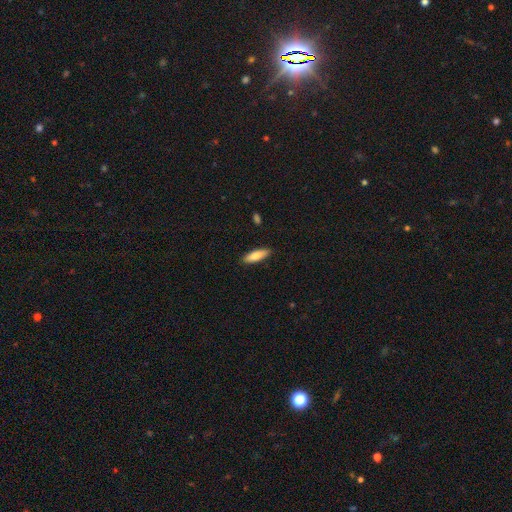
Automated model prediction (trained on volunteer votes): smooth-or-featured: smooth: 79% | featured or disk: 15% | star or artifact: 6%
  how-rounded: in between: 54% | cigar-shaped: 44% | round: 2%
  merging: none: 88% | minor disturbance: 9% | major disturbance: 2% | merger: 1%